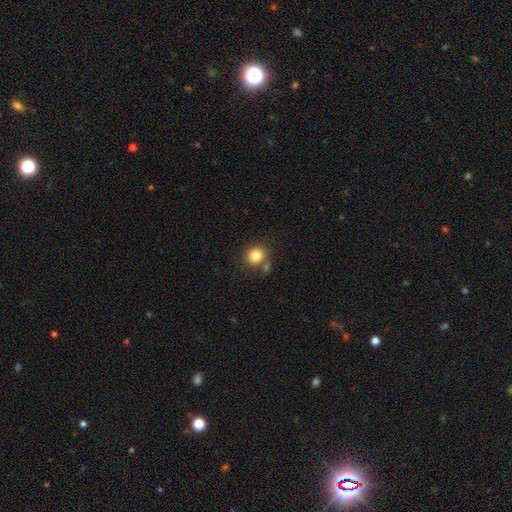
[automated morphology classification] Smooth or featured: smooth — 82% (star or artifact — 10%)
How rounded: round — 85% (in between — 14%)
Merging: none — 66% (merger — 15%)